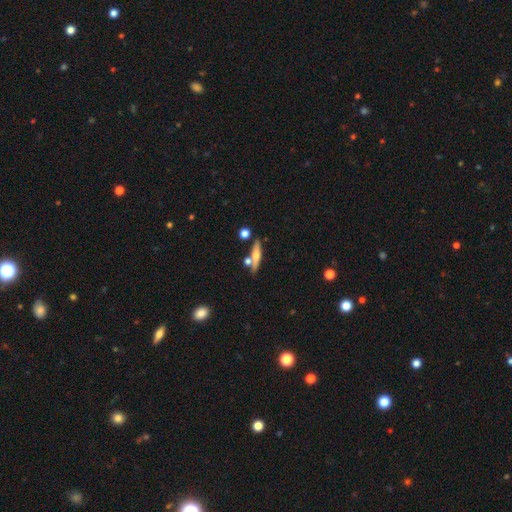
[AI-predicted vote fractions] Q: Smooth or featured?
A: smooth (50%); runner-up: featured or disk (42%)
Q: How rounded?
A: cigar-shaped (77%); runner-up: in between (19%)
Q: Merging?
A: none (68%); runner-up: merger (16%)